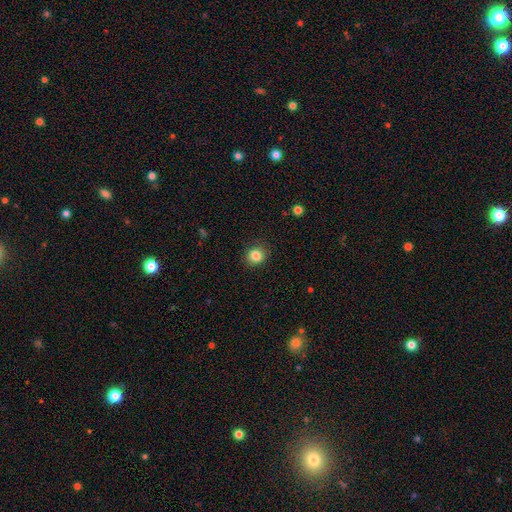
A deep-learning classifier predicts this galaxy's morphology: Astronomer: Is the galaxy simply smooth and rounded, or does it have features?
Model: smooth — 84%.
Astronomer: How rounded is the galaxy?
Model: round — 83%.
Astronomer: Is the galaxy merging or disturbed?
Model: none — 89%.